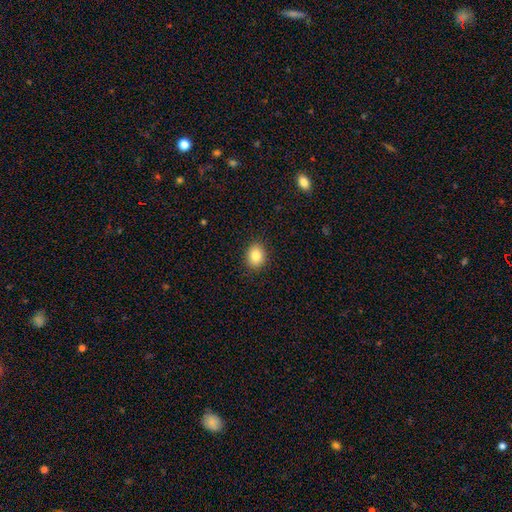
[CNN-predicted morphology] Smooth or featured: smooth — 84% (star or artifact — 9%)
How rounded: in between — 52% (round — 47%)
Merging: none — 89% (minor disturbance — 7%)